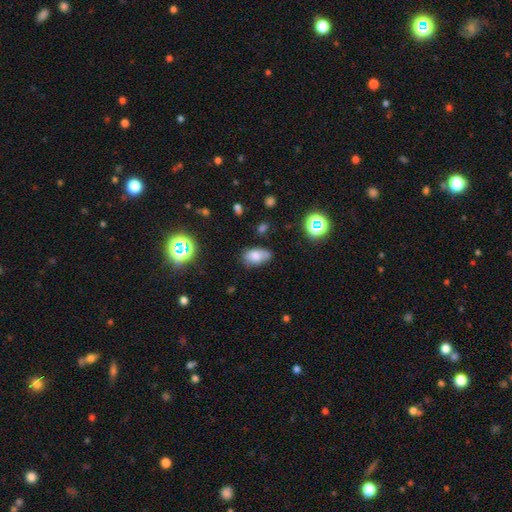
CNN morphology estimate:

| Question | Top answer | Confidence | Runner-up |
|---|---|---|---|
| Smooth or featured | smooth | 75% | star or artifact (13%) |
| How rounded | in between | 89% | round (9%) |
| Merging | none | 58% | minor disturbance (28%) |